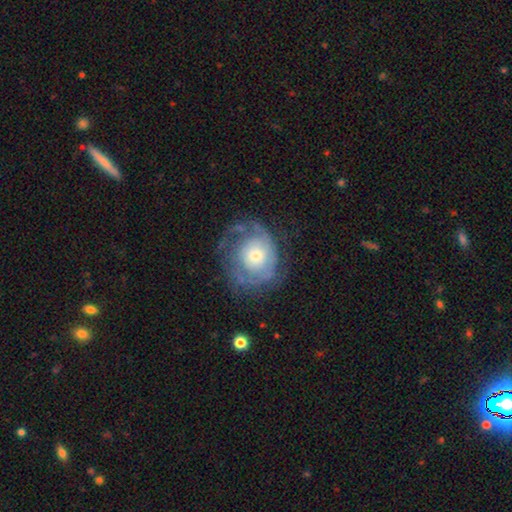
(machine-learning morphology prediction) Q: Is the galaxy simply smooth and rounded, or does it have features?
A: featured or disk — 70%.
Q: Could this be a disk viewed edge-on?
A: no — 97%.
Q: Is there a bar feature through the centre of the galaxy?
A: no — 82%.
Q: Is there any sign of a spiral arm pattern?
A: yes — 77%.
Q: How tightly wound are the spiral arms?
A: tight — 58%.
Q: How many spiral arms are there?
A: can't tell — 43%.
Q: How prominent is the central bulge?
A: moderate — 48%.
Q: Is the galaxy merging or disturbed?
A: none — 56%.